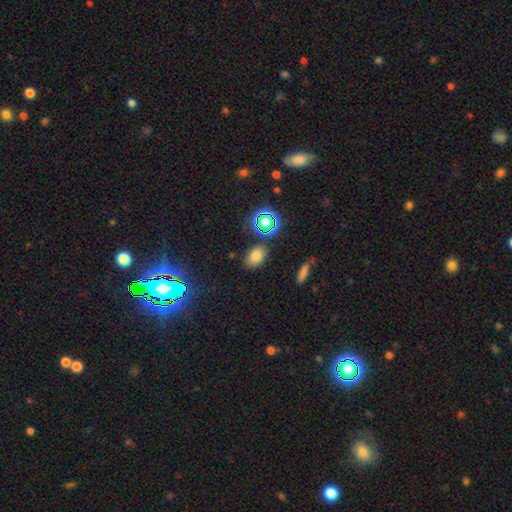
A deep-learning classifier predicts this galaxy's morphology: A smooth galaxy with no disk features (72%) that is in between round and cigar-shaped (83%). Merging: none (81%).